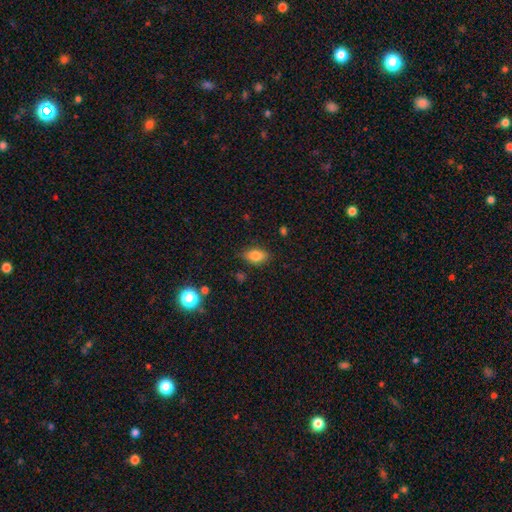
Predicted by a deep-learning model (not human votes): smooth-or-featured: smooth: 81% | star or artifact: 10% | featured or disk: 9%
  how-rounded: in between: 86% | round: 11% | cigar-shaped: 3%
  merging: none: 82% | minor disturbance: 14% | major disturbance: 3% | merger: 2%